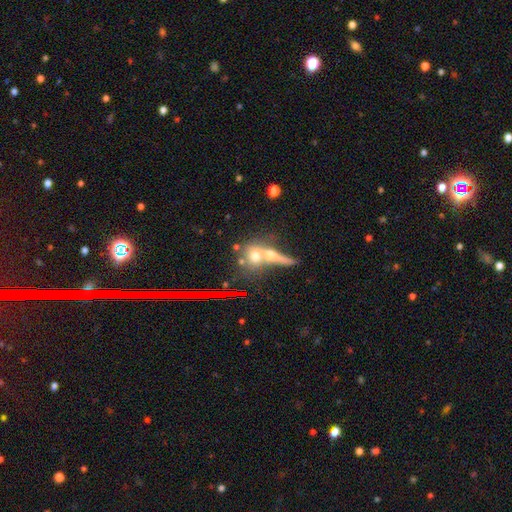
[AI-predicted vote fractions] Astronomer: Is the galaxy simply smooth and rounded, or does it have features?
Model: smooth — 57%.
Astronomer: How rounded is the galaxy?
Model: round — 60%.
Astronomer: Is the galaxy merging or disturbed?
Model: merger — 56%.